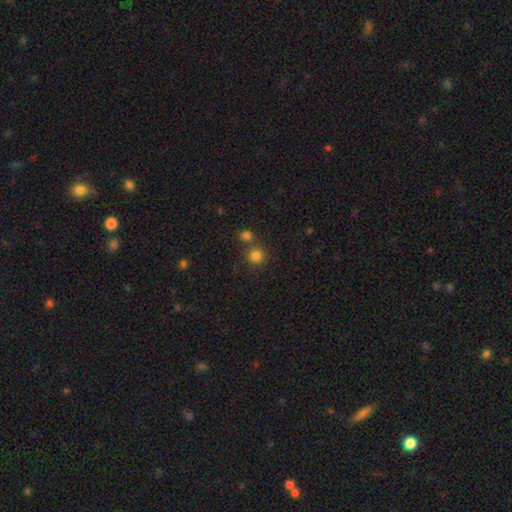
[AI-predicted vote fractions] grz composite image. It shows a smooth galaxy with no disk features (81%) that is round (92%). Merging: none (69%).